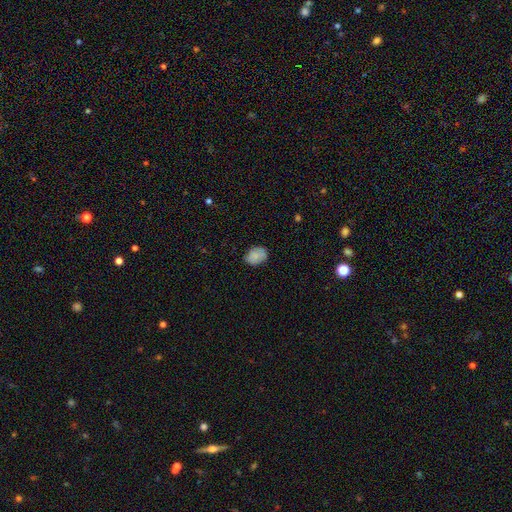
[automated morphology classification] This is likely a smooth galaxy (77%). How rounded: likely in between (69%). Merging: likely none (72%).